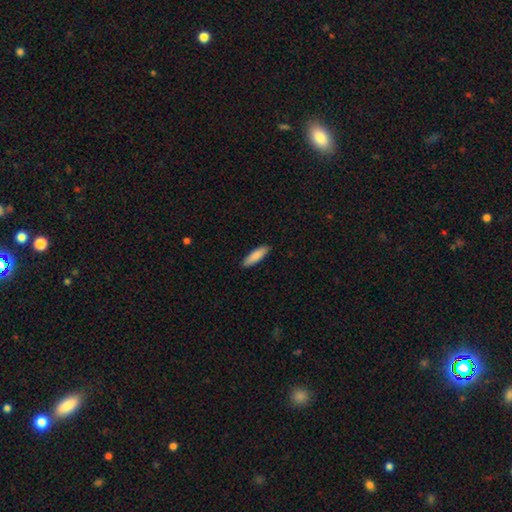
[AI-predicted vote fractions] Smooth or featured? smooth (86%)
How rounded? cigar-shaped (58%)
Merging? none (88%)